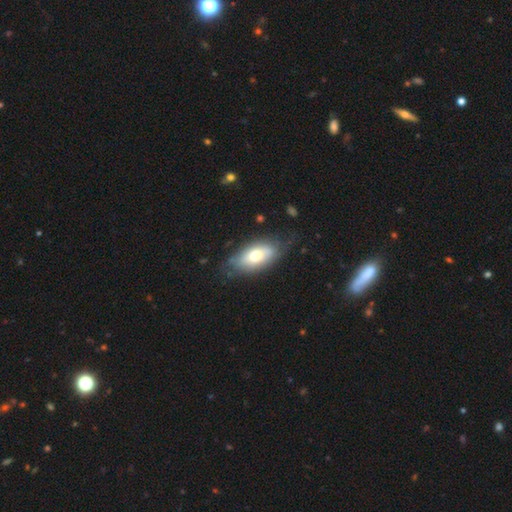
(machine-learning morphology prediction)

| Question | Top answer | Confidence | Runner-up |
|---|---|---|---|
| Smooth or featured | smooth | 66% | featured or disk (27%) |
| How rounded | in between | 90% | cigar-shaped (5%) |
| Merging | none | 69% | minor disturbance (22%) |